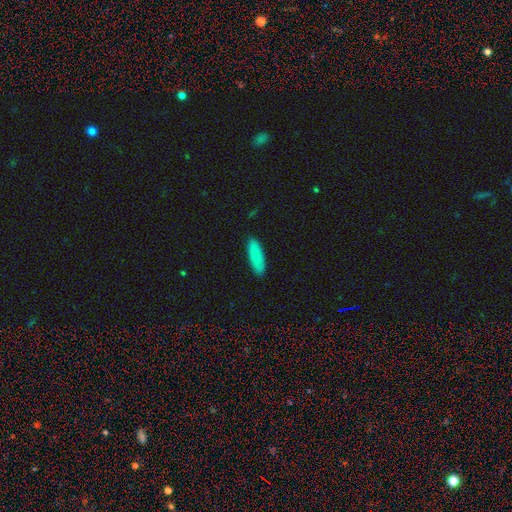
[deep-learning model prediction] This appears to be a smooth galaxy with no disk features (84%) that is in between round and cigar-shaped (63%). Merging: none (88%).